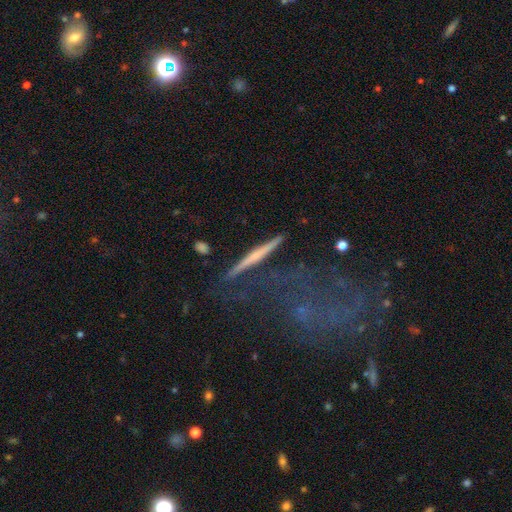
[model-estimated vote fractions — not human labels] The model was most divided on "edge-on bulge": none: 55%, rounded: 36%, boxy: 10%. More confident: edge-on disk — yes (93%); merging — none (77%); smooth or featured — featured or disk (57%).